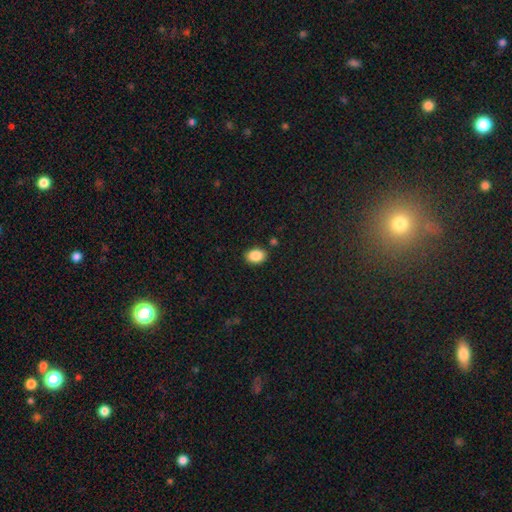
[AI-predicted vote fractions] Q: Smooth or featured?
A: smooth (87%); runner-up: star or artifact (8%)
Q: How rounded?
A: in between (78%); runner-up: round (21%)
Q: Merging?
A: none (87%); runner-up: minor disturbance (9%)